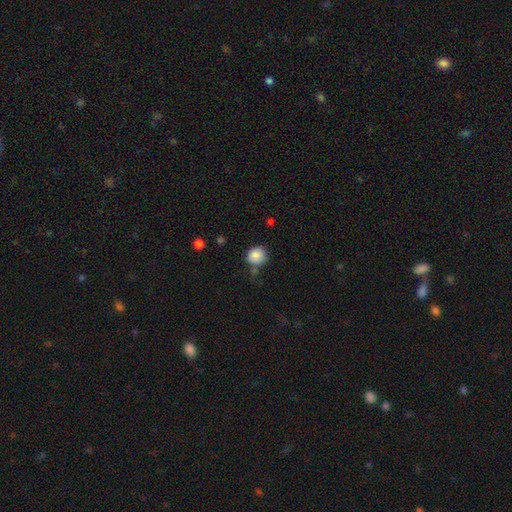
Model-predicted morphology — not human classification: Smooth or featured?
  - smooth: 86% *
  - star or artifact: 9%
  - featured or disk: 5%
How rounded?
  - round: 85% *
  - in between: 14%
  - cigar-shaped: 1%
Merging?
  - none: 73% *
  - minor disturbance: 16%
  - merger: 7%
  - major disturbance: 4%